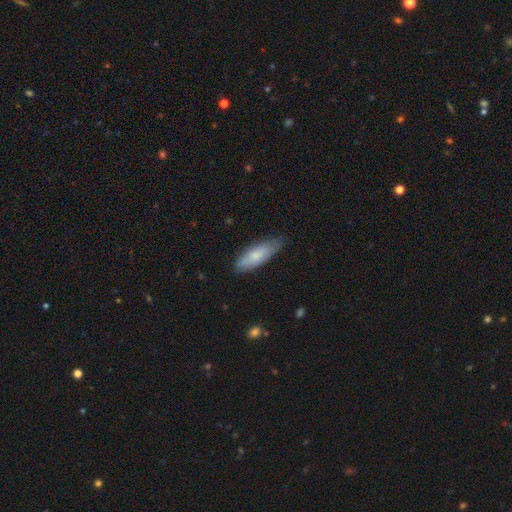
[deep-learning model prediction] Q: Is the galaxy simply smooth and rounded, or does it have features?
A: smooth — 76%.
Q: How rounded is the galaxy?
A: in between — 55%.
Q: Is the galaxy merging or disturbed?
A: none — 77%.